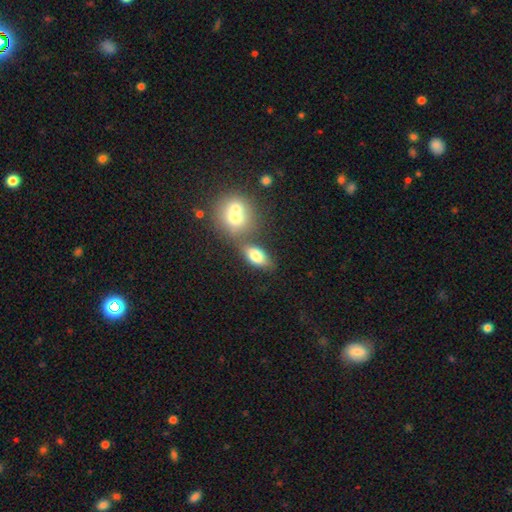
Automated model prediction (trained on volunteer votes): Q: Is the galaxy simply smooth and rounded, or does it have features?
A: smooth — 77%.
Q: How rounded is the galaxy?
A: in between — 86%.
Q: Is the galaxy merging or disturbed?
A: none — 56%.